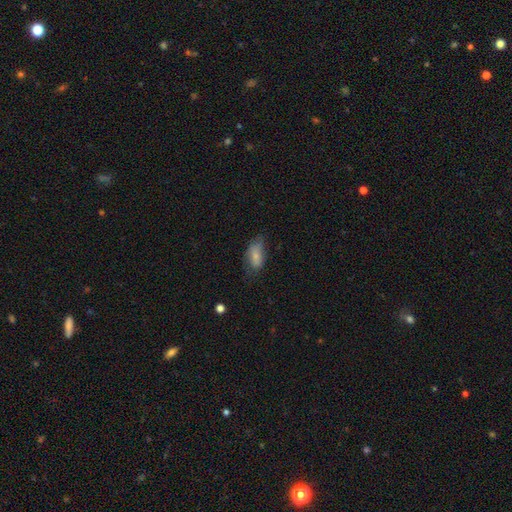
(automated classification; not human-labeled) A smooth galaxy with no disk features (75%) that is in between round and cigar-shaped (91%).

Vote fractions:
- Smooth or featured? smooth: 75% / featured or disk: 17% / star or artifact: 8%
- How rounded? in between: 91% / round: 5% / cigar-shaped: 5%
- Merging? none: 50% / minor disturbance: 33% / major disturbance: 15% / merger: 2%